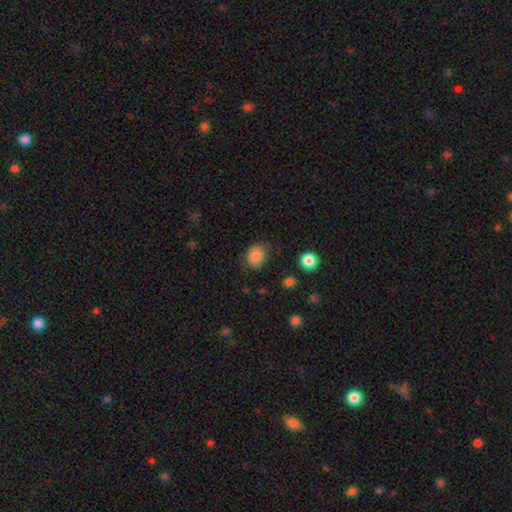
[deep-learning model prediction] Smooth or featured? smooth (82%)
How rounded? round (59%)
Merging? none (74%)